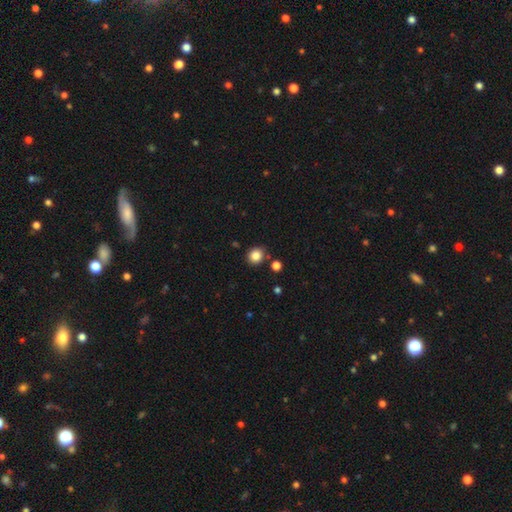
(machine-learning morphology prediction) smooth-or-featured: smooth: 84% | star or artifact: 11% | featured or disk: 5%
  how-rounded: round: 83% | in between: 17% | cigar-shaped: 1%
  merging: none: 83% | minor disturbance: 9% | merger: 6% | major disturbance: 2%